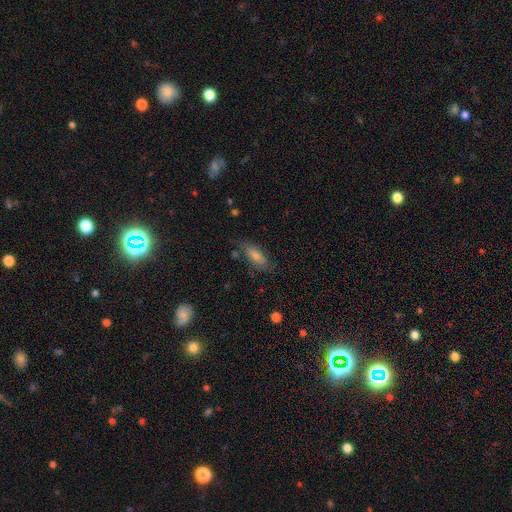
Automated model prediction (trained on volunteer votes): Overall: smooth (71%). How rounded: in between (71%). Merging: none (68%).